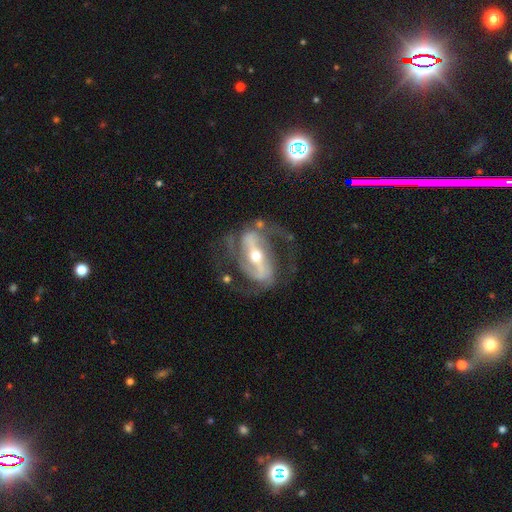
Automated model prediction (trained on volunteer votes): This is clearly a featured or disk galaxy (89%). It is clearly not viewed edge-on (94%). Bar: likely strong (70%). Spiral arm pattern: clearly yes (93%). Spiral arm count: clearly 2 (85%). Spiral winding: possibly medium (51%). Central bulge: possibly moderate (52%). Merging: likely none (63%).